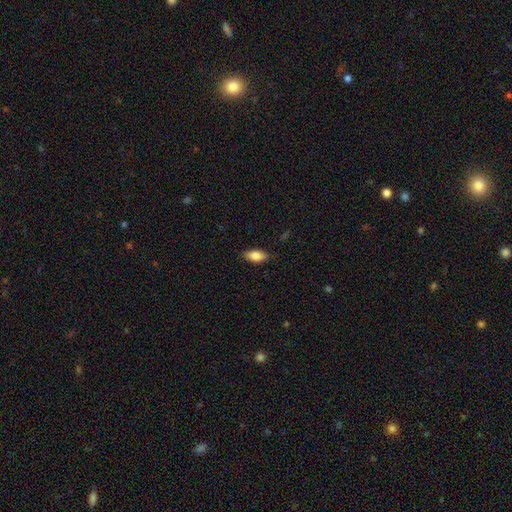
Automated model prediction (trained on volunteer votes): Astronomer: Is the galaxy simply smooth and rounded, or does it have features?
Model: smooth — 82%.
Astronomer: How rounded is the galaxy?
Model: in between — 86%.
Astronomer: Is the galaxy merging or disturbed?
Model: none — 84%.